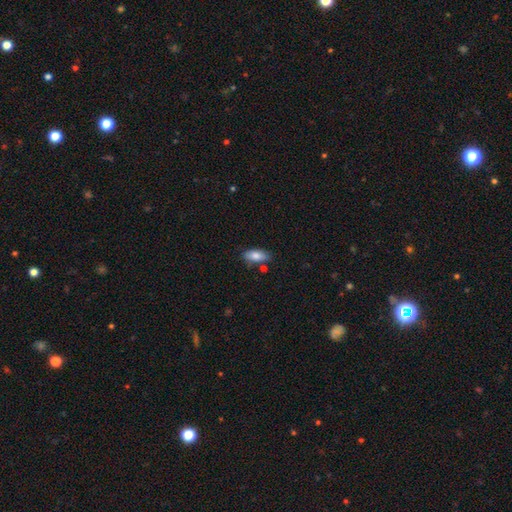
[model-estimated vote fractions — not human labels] smooth-or-featured: smooth: 82% | featured or disk: 11% | star or artifact: 7%
  how-rounded: in between: 86% | cigar-shaped: 12% | round: 2%
  merging: none: 77% | minor disturbance: 15% | merger: 5% | major disturbance: 3%